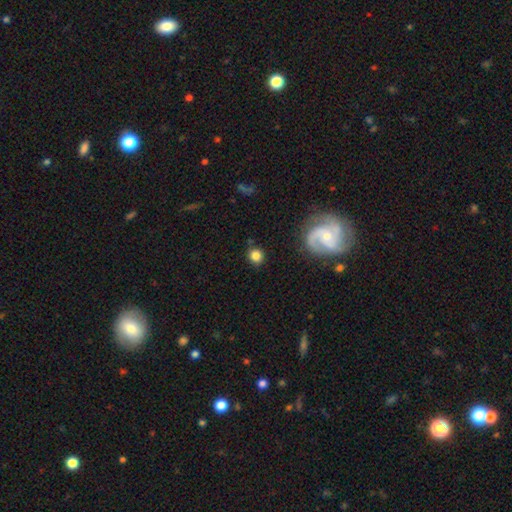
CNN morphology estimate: The model was most divided on "smooth or featured": smooth: 78%, featured or disk: 12%, star or artifact: 10%. More confident: how rounded — round (88%); merging — none (84%).